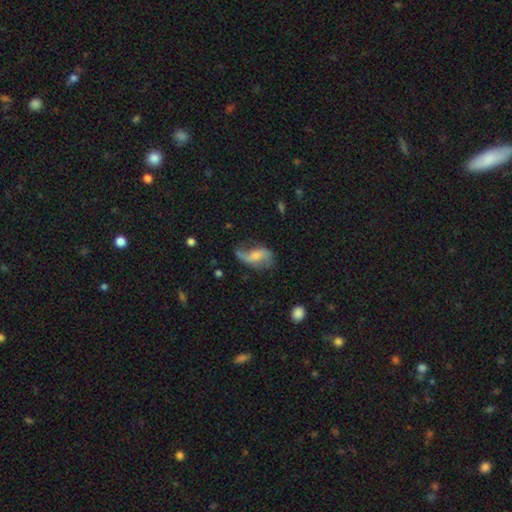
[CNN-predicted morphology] Smooth or featured?
  - featured or disk: 72% *
  - smooth: 21%
  - star or artifact: 7%
Edge-on disk?
  - no: 96% *
  - yes: 4%
Bar?
  - no: 42% *
  - weak: 41%
  - strong: 18%
Spiral arms?
  - yes: 90% *
  - no: 10%
Spiral winding?
  - loose: 79% *
  - medium: 16%
  - tight: 5%
Spiral arm count?
  - 2: 82% *
  - 1: 10%
  - can't tell: 4%
  - 3: 1%
  - 4: 1%
  - more than 4: 1%
Bulge size?
  - small: 48% *
  - moderate: 37%
  - none: 10%
  - large: 4%
  - dominant: 1%
Merging?
  - none: 51% *
  - minor disturbance: 26%
  - major disturbance: 20%
  - merger: 3%